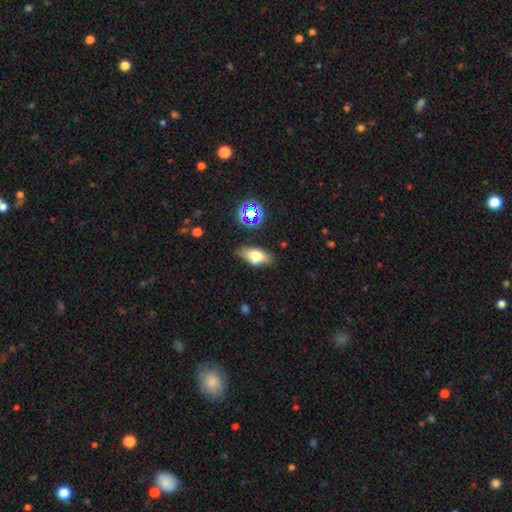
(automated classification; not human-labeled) smooth 68%, featured or disk 20%, star or artifact 11%. Down the decision tree: how rounded — in between (80%); merging — none (75%).